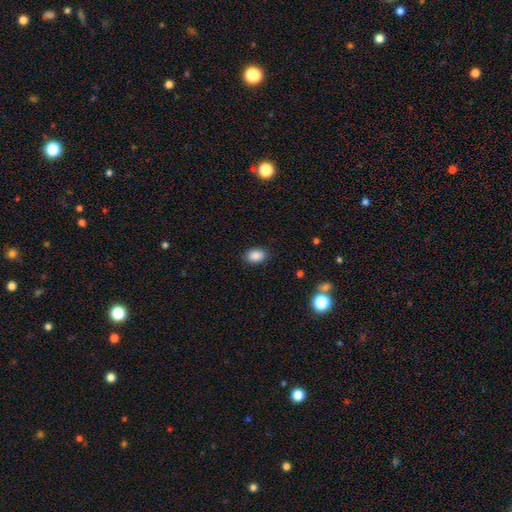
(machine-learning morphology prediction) Q: Smooth or featured?
A: smooth (88%); runner-up: star or artifact (9%)
Q: How rounded?
A: in between (83%); runner-up: round (16%)
Q: Merging?
A: none (87%); runner-up: minor disturbance (9%)